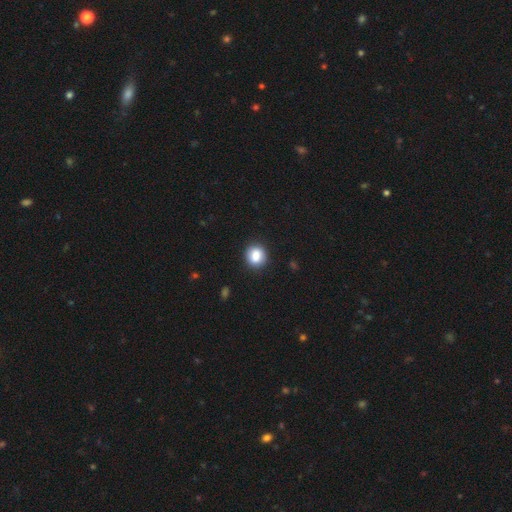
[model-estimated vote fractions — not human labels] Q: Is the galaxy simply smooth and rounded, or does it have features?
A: smooth — 84%.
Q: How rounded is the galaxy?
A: round — 79%.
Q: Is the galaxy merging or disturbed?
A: none — 89%.